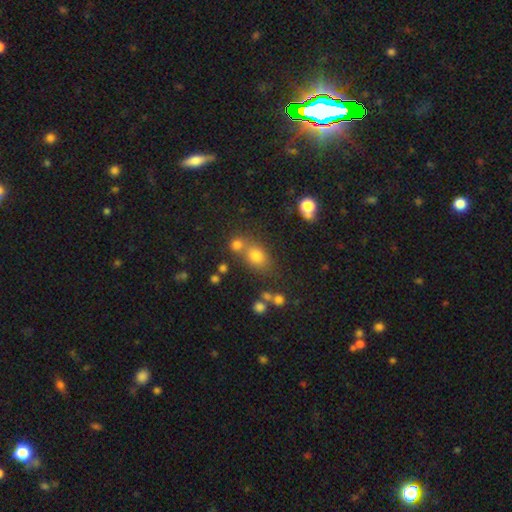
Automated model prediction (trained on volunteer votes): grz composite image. It shows a smooth galaxy with no disk features (73%) that is in between round and cigar-shaped (52%). Merging: none (57%).